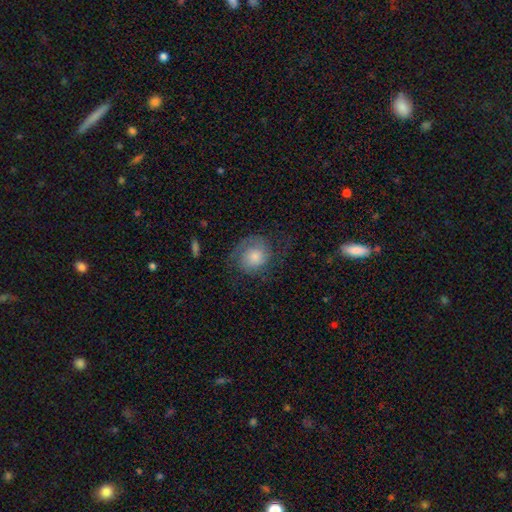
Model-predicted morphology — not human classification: featured or disk 62%, smooth 29%, star or artifact 9%. Down the decision tree: edge-on disk — no (97%); bar — no (76%); spiral arms — yes (91%); spiral arm count — 2 (74%); spiral winding — medium (42%); bulge size — moderate (44%); merging — none (67%).